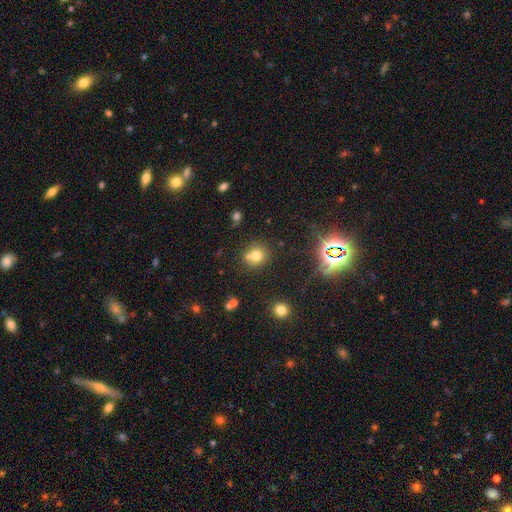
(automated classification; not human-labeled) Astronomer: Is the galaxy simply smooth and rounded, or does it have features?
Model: smooth — 72%.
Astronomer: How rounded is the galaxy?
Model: round — 84%.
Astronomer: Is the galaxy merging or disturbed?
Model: none — 64%.